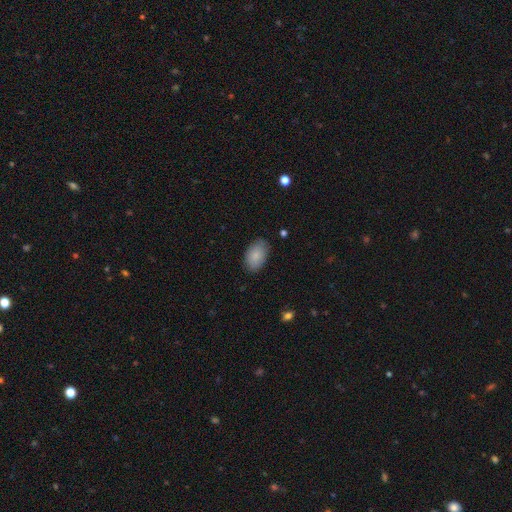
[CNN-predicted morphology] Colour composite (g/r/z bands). It shows a smooth galaxy with no disk features (87%) that is in between round and cigar-shaped (92%). Merging: none (83%).